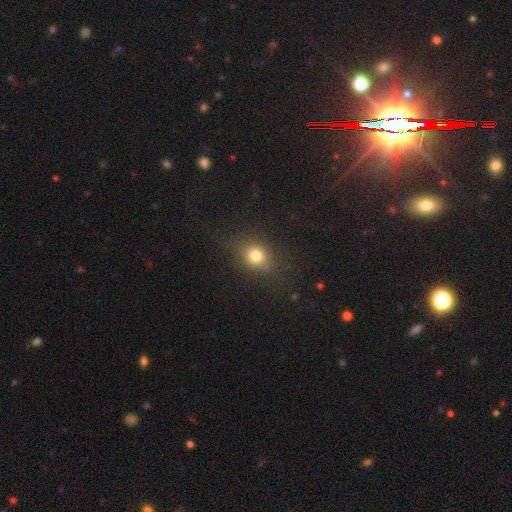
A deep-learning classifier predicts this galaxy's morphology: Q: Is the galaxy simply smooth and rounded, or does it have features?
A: smooth — 78%.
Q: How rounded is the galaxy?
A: round — 64%.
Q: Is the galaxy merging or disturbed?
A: none — 80%.